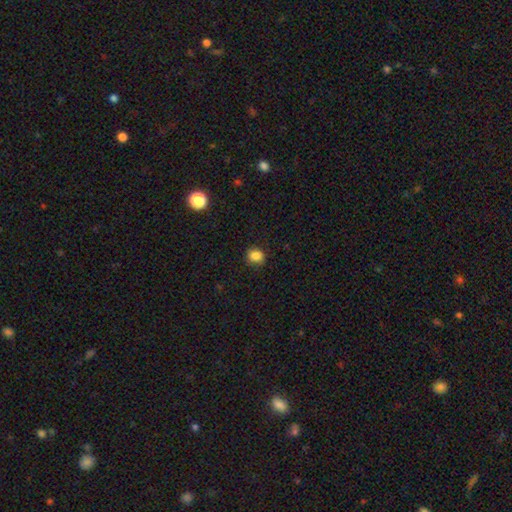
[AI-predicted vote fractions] The model was most divided on "how rounded": round: 68%, in between: 31%, cigar-shaped: 1%. More confident: merging — none (86%); smooth or featured — smooth (85%).